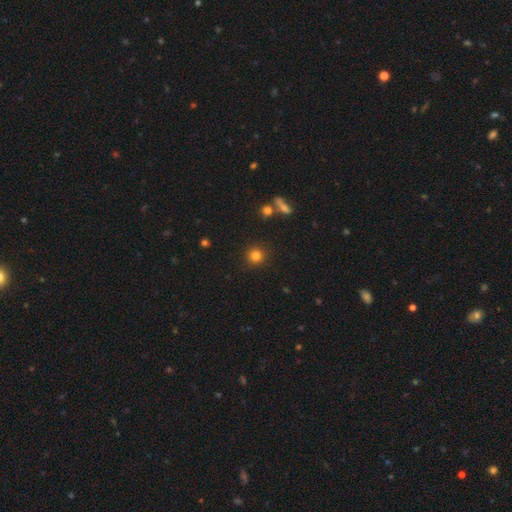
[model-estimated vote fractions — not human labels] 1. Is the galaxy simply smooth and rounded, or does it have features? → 81% smooth, 13% star or artifact, 6% featured or disk.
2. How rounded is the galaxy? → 94% round, 5% in between, 1% cigar-shaped.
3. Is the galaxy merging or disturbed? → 90% none, 6% minor disturbance, 2% major disturbance, 2% merger.